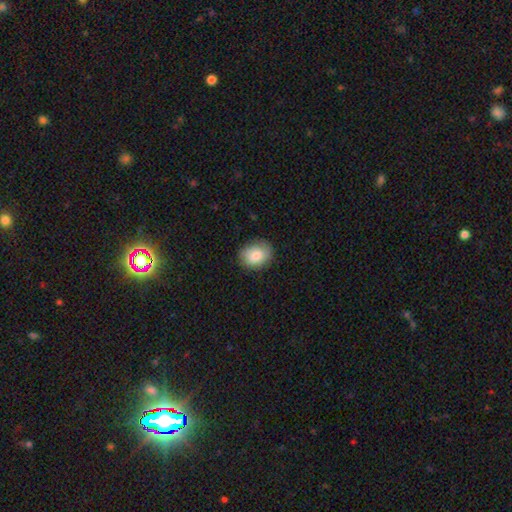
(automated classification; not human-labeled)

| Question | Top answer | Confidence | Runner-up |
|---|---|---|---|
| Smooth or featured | smooth | 81% | featured or disk (12%) |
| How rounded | round | 50% | in between (49%) |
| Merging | none | 78% | minor disturbance (17%) |